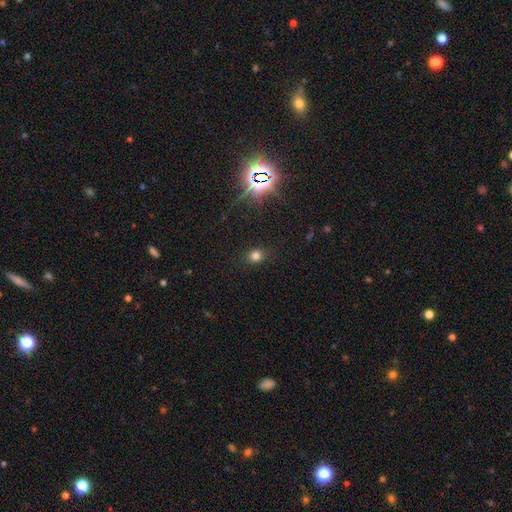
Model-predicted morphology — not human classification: smooth 74%, star or artifact 19%, featured or disk 7%. Down the decision tree: how rounded — round (59%); merging — none (86%).